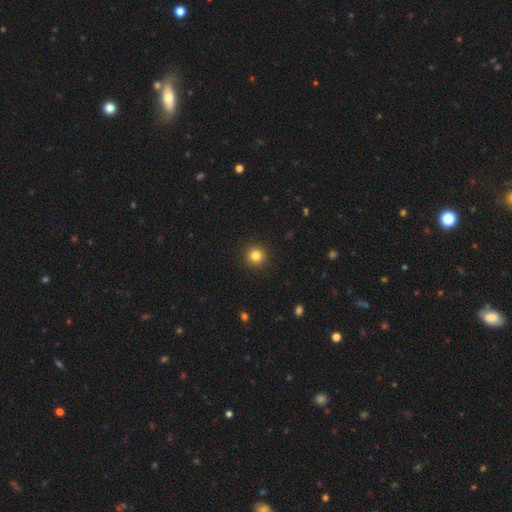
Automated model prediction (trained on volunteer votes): This appears to be a smooth galaxy with no disk features (82%) that is round (95%). Merging: none (93%).